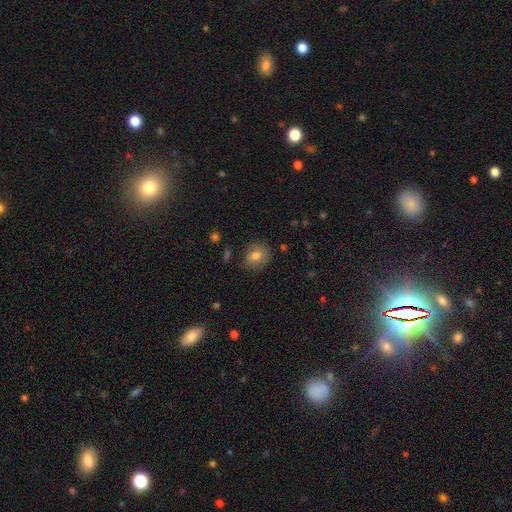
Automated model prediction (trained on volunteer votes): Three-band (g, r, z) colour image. It shows a smooth galaxy with no disk features (78%) that is round (71%). Merging: none (75%).